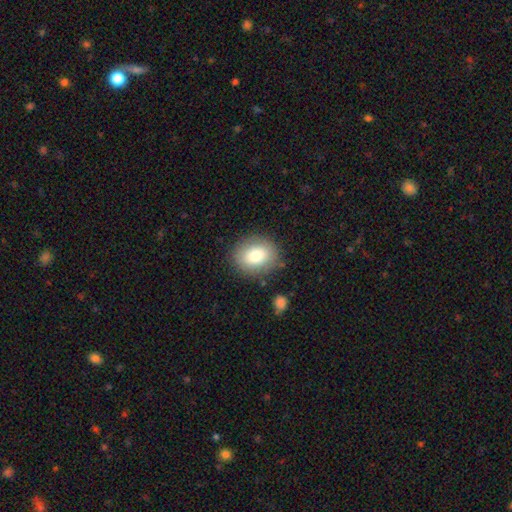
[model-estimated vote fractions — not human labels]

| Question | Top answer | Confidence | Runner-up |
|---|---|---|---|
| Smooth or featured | smooth | 79% | featured or disk (12%) |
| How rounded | round | 55% | in between (44%) |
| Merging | none | 83% | minor disturbance (11%) |